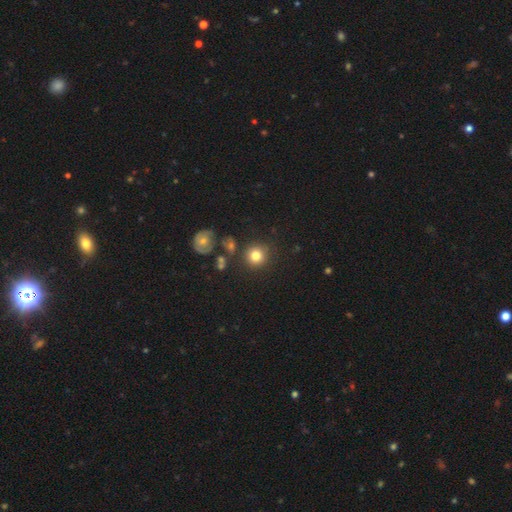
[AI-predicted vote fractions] Q: Smooth or featured?
A: smooth (80%); runner-up: star or artifact (11%)
Q: How rounded?
A: round (92%); runner-up: in between (7%)
Q: Merging?
A: none (81%); runner-up: minor disturbance (9%)